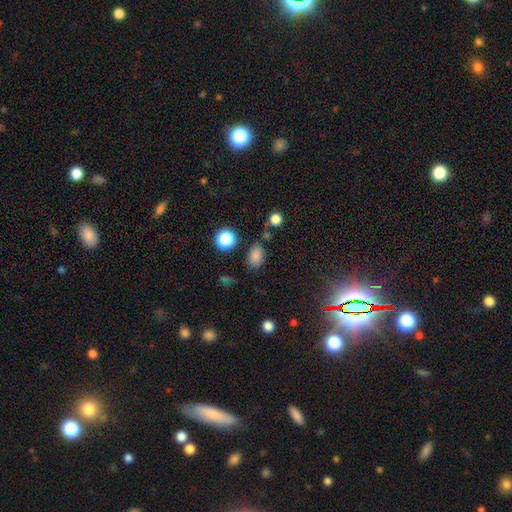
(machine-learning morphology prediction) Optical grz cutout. It shows a smooth galaxy with no disk features (80%) that is in between round and cigar-shaped (82%). Merging: none (76%).